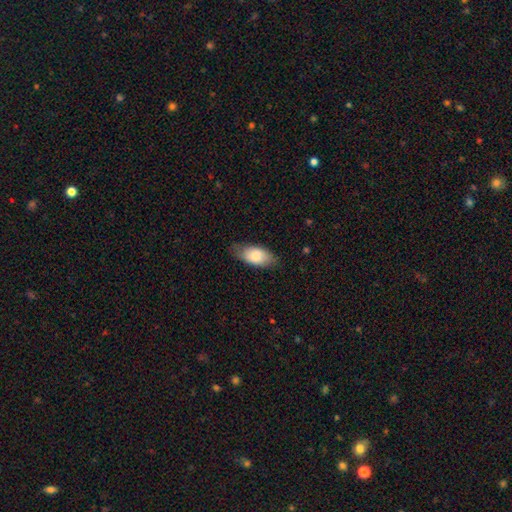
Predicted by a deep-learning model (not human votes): Morphology: type=smooth (83%); roundness=in between (92%); merging=none (73%).